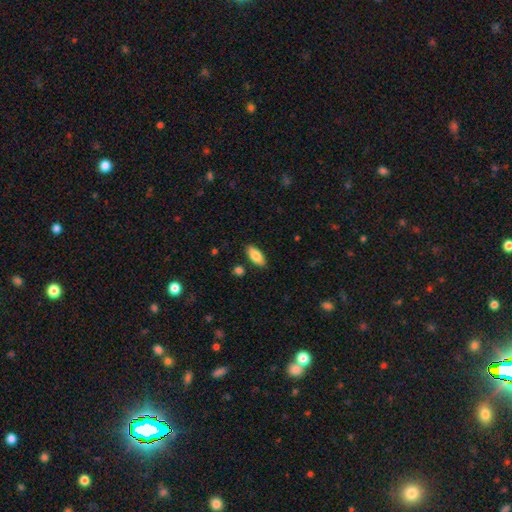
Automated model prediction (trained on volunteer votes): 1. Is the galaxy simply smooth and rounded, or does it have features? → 84% smooth, 10% featured or disk, 7% star or artifact.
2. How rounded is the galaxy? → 88% in between, 10% cigar-shaped, 2% round.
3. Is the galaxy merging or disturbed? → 86% none, 10% minor disturbance, 2% merger, 2% major disturbance.